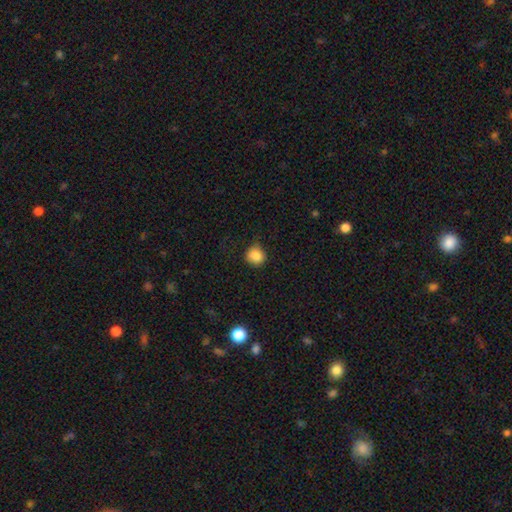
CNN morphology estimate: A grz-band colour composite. It shows a smooth galaxy with no disk features (85%) that is round (87%). Merging: none (68%).